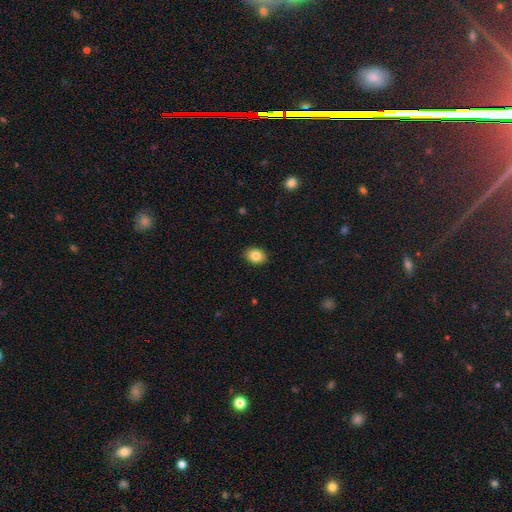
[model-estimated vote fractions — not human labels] smooth-or-featured: smooth: 84% | star or artifact: 9% | featured or disk: 8%
  how-rounded: in between: 61% | round: 38% | cigar-shaped: 1%
  merging: none: 90% | minor disturbance: 7% | major disturbance: 2% | merger: 1%